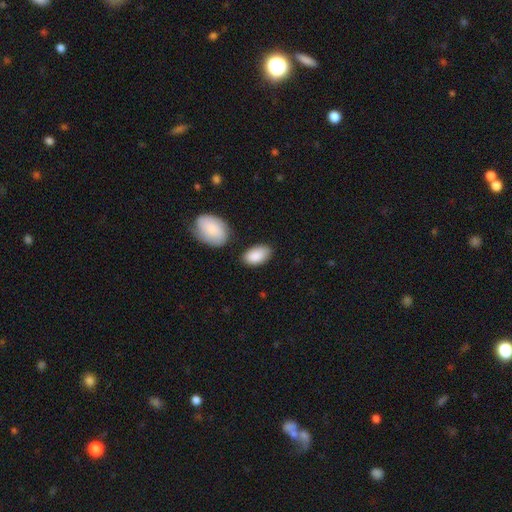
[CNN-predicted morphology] This appears to be a smooth galaxy with no disk features (88%) that is in between round and cigar-shaped (95%). Merging: none (72%).